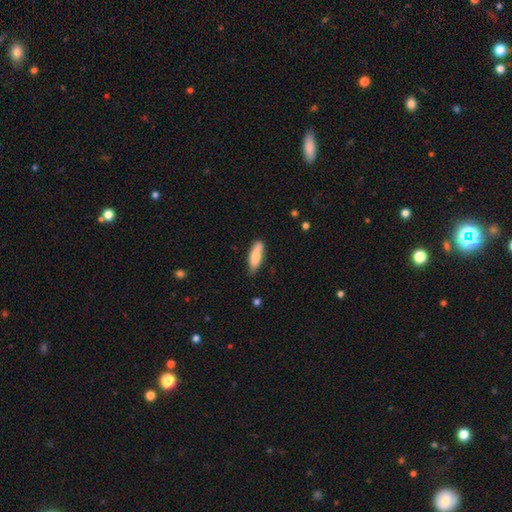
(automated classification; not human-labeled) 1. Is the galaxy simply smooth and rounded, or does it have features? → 77% smooth, 17% featured or disk, 6% star or artifact.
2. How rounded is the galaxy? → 54% in between, 44% cigar-shaped, 2% round.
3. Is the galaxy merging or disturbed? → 74% none, 21% minor disturbance, 3% major disturbance, 2% merger.